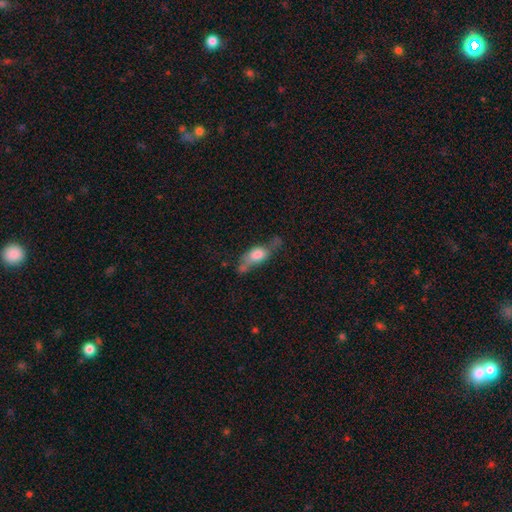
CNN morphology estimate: Smooth or featured?
  - smooth: 59% *
  - featured or disk: 32%
  - star or artifact: 9%
How rounded?
  - in between: 67% *
  - cigar-shaped: 25%
  - round: 7%
Merging?
  - none: 35% *
  - minor disturbance: 29%
  - major disturbance: 21%
  - merger: 15%